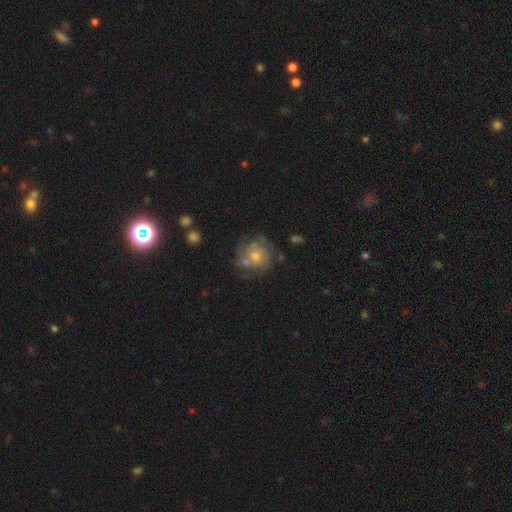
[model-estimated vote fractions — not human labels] smooth-or-featured: featured or disk: 54% | smooth: 33% | star or artifact: 13%
  disk-edge-on: no: 97% | yes: 3%
    bar: no: 84% | weak: 14% | strong: 2%
    has-spiral-arms: yes: 67% | no: 33%
    bulge-size: moderate: 53% | small: 37% | large: 5% | none: 4% | dominant: 1%
  merging: none: 61% | minor disturbance: 18% | merger: 12% | major disturbance: 10%